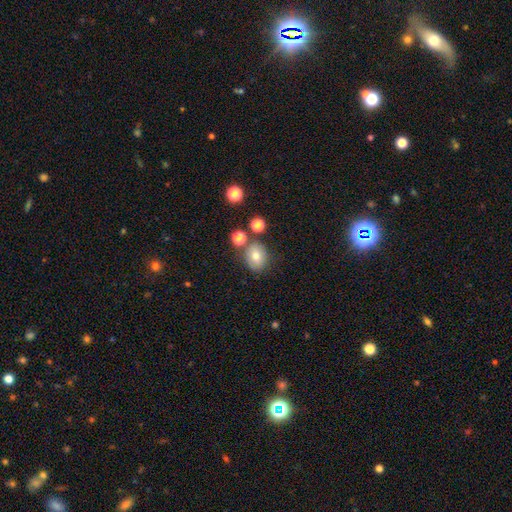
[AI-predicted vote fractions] This is likely a smooth galaxy (72%). How rounded: possibly round (57%). Merging: likely none (71%).